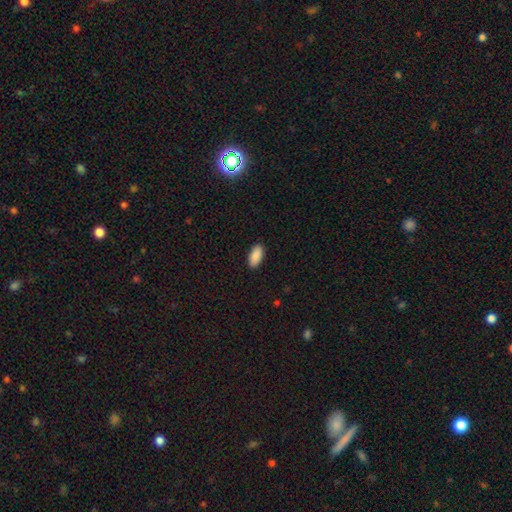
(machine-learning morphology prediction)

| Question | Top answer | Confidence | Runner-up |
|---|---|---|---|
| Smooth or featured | smooth | 91% | star or artifact (6%) |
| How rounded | in between | 92% | cigar-shaped (6%) |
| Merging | none | 91% | minor disturbance (7%) |